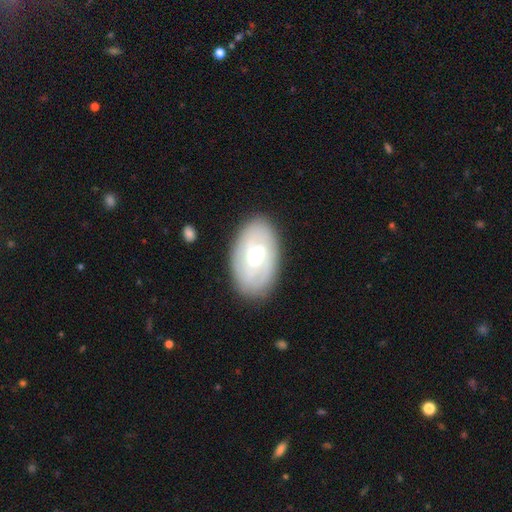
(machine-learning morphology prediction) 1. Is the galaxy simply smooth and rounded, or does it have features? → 61% featured or disk, 33% smooth, 6% star or artifact.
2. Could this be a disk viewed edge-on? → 92% no, 8% yes.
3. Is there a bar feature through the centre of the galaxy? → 49% weak, 35% no, 16% strong.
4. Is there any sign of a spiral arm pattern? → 60% yes, 40% no.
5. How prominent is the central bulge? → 72% moderate, 14% small, 12% large, 1% dominant, 1% none.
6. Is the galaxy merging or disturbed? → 84% none, 11% minor disturbance, 3% major disturbance, 1% merger.